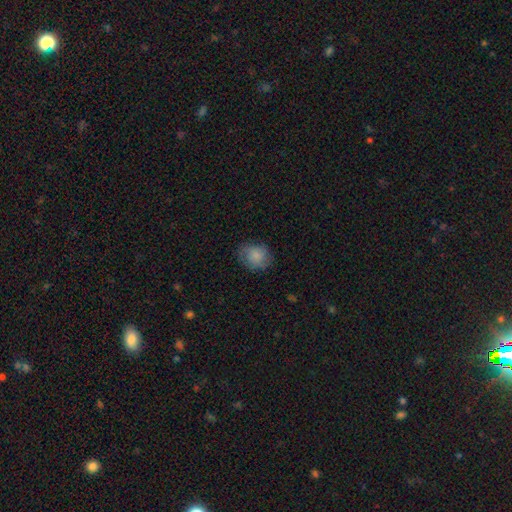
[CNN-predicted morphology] Overall: smooth (80%). How rounded: round (61%; in between 38%). Merging: none (73%).